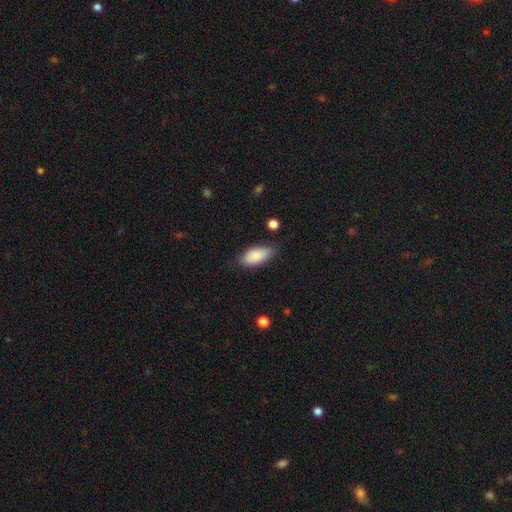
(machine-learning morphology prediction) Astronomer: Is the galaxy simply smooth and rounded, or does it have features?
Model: smooth — 87%.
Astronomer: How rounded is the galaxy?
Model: in between — 89%.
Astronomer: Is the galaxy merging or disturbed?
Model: none — 78%.